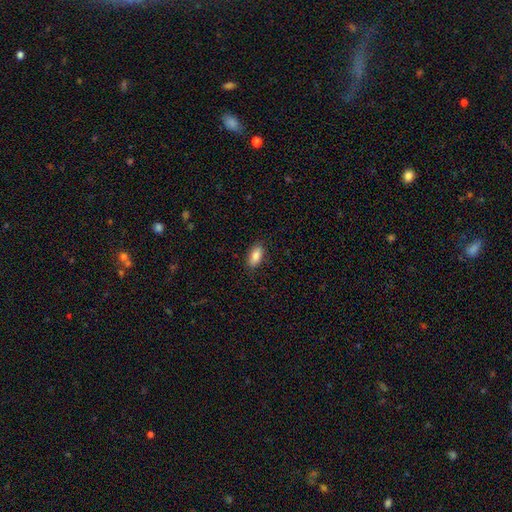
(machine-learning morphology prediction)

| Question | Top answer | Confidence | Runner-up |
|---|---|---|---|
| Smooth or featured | smooth | 87% | star or artifact (7%) |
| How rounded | in between | 88% | cigar-shaped (9%) |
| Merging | none | 87% | minor disturbance (10%) |